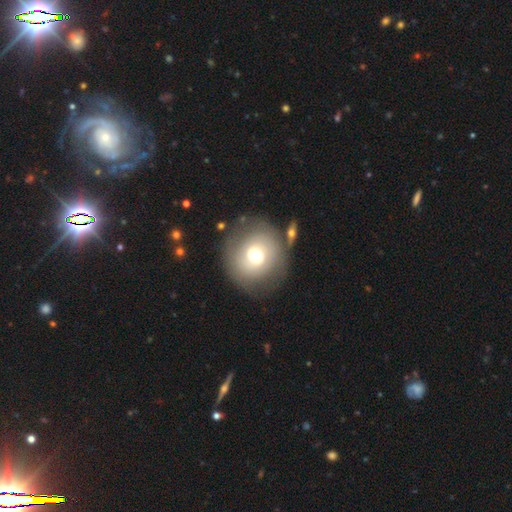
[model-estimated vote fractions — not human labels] smooth 54%, featured or disk 38%, star or artifact 9%. Down the decision tree: how rounded — round (87%); merging — none (71%).